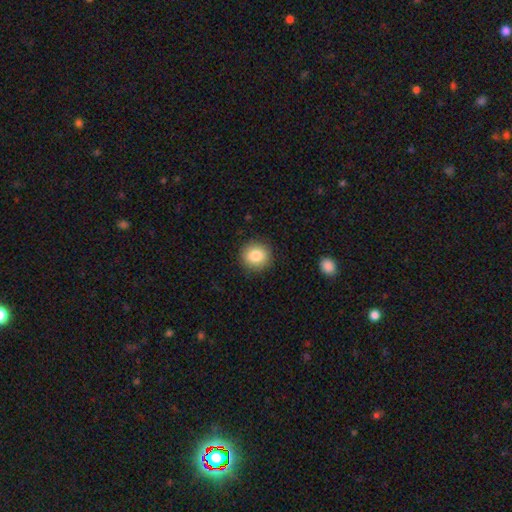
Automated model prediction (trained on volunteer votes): smooth-or-featured: smooth: 84% | star or artifact: 9% | featured or disk: 7%
  how-rounded: round: 89% | in between: 10% | cigar-shaped: 1%
  merging: none: 90% | minor disturbance: 7% | major disturbance: 2% | merger: 1%